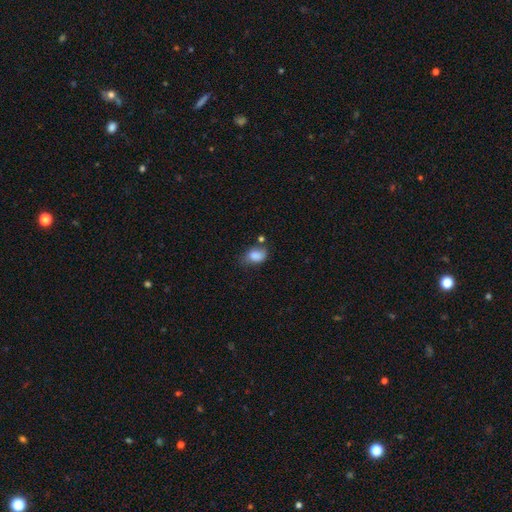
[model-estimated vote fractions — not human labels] A smooth galaxy with no disk features (83%) that is in between round and cigar-shaped (78%).

Vote fractions:
- Smooth or featured? smooth: 83% / star or artifact: 9% / featured or disk: 8%
- How rounded? in between: 78% / round: 20% / cigar-shaped: 1%
- Merging? none: 47% / minor disturbance: 33% / major disturbance: 11% / merger: 8%